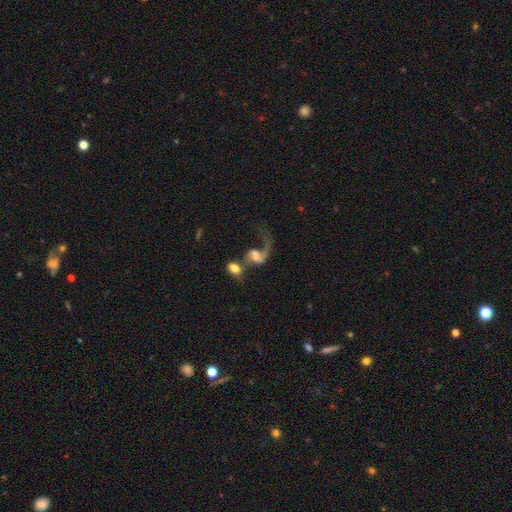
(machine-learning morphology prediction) smooth_or_featured: featured or disk (p=0.64) [alt: smooth p=0.27]
disk_edge_on: no (p=0.96) [alt: yes p=0.04]
bar: no (p=0.53) [alt: weak p=0.35]
has_spiral_arms: yes (p=0.84) [alt: no p=0.16]
spiral_winding: loose (p=0.84) [alt: medium p=0.13]
spiral_arm_count: 1 (p=0.63) [alt: 2 p=0.31]
bulge_size: moderate (p=0.33) [alt: large p=0.24]
merging: merger (p=0.52) [alt: major disturbance p=0.24]